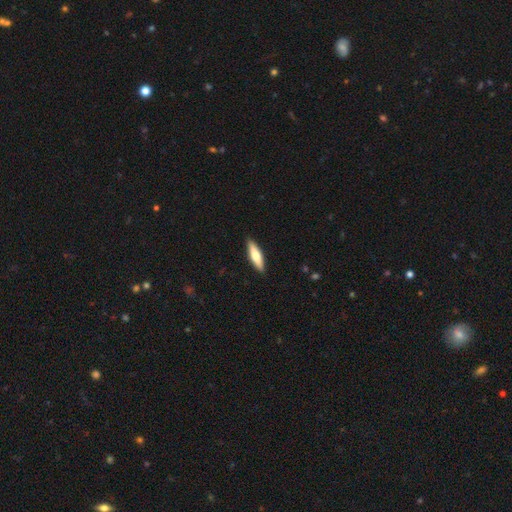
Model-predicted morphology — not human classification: A smooth galaxy with no disk features (62%) that is cigar-shaped (64%). Merging: none (90%).